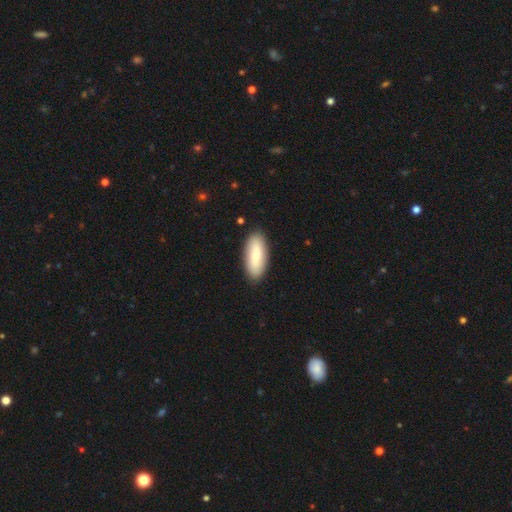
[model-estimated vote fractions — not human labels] Smooth or featured: smooth — 73% (featured or disk — 22%)
How rounded: in between — 79% (cigar-shaped — 18%)
Merging: none — 88% (minor disturbance — 8%)